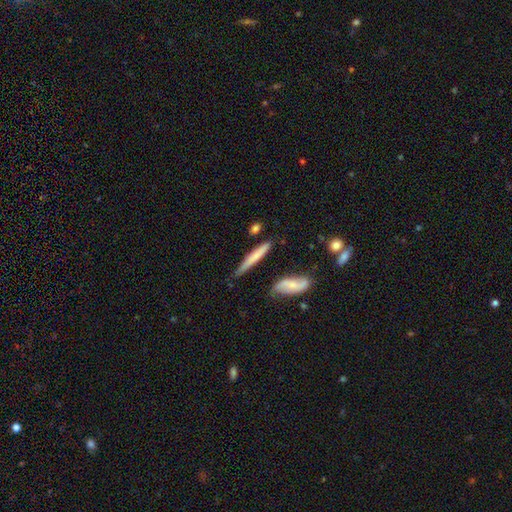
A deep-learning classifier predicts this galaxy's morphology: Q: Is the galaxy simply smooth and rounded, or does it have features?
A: smooth — 62%.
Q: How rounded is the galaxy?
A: cigar-shaped — 92%.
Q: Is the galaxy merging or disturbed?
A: none — 72%.